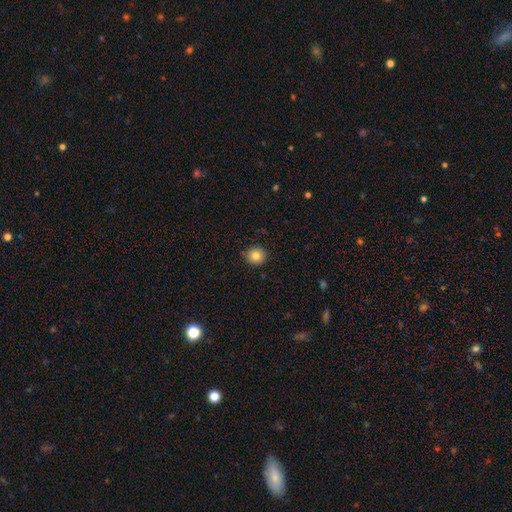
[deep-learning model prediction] smooth_or_featured: smooth (p=0.84) [alt: star or artifact p=0.10]
how_rounded: round (p=0.91) [alt: in between p=0.08]
merging: none (p=0.89) [alt: minor disturbance p=0.08]